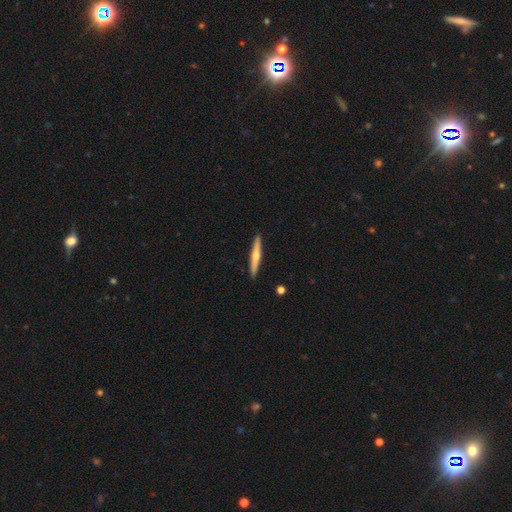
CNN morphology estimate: This is possibly a featured or disk galaxy (55%). It is clearly viewed edge-on (97%). Edge-on bulge: clearly rounded (83%). Merging: clearly none (92%).